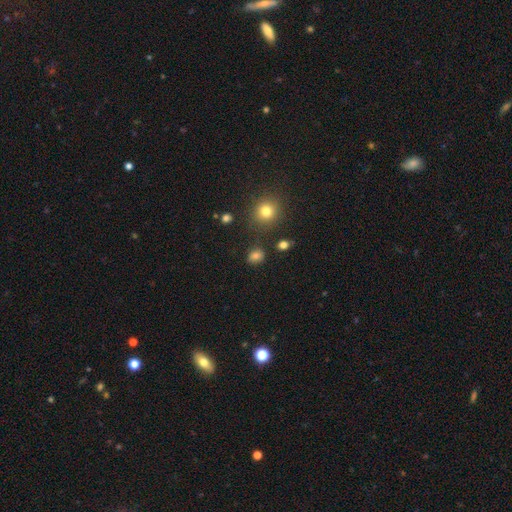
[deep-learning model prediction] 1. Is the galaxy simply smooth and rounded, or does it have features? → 78% smooth, 15% star or artifact, 8% featured or disk.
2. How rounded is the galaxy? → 61% round, 38% in between, 1% cigar-shaped.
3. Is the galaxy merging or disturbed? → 79% none, 13% minor disturbance, 4% major disturbance, 4% merger.